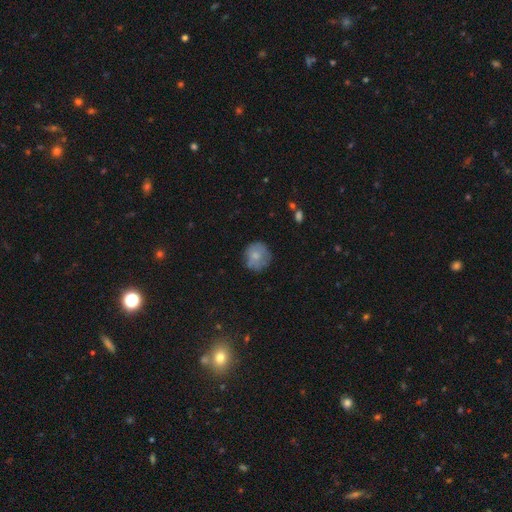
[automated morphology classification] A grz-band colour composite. It shows a smooth galaxy with no disk features (70%) that is round (90%). Merging: none (73%).